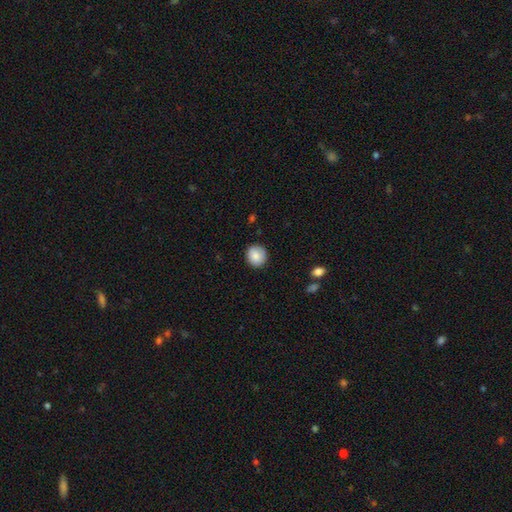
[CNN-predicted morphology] This appears to be a smooth galaxy with no disk features (86%) that is round (88%). Merging: none (89%).